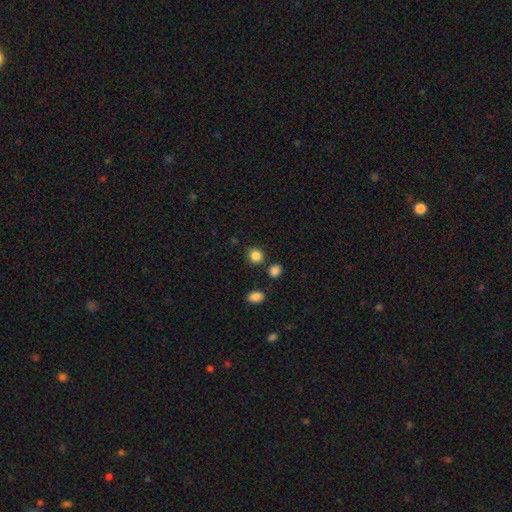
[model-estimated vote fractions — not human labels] Smooth or featured: smooth — 85% (star or artifact — 11%)
How rounded: round — 86% (in between — 13%)
Merging: none — 84% (minor disturbance — 7%)